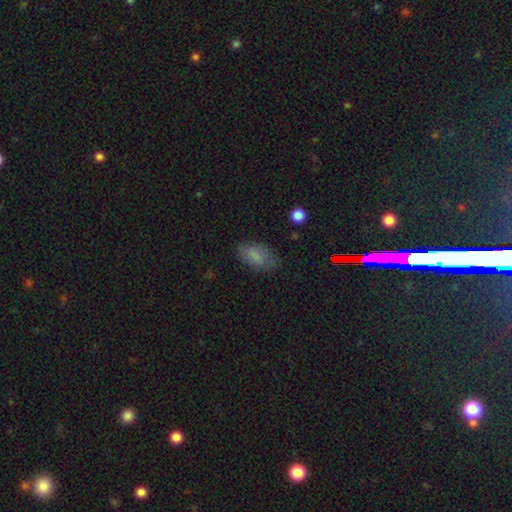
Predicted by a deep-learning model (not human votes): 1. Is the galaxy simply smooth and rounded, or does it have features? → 78% smooth, 13% featured or disk, 10% star or artifact.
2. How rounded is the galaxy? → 92% in between, 5% round, 4% cigar-shaped.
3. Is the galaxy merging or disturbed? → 73% none, 19% minor disturbance, 6% major disturbance, 1% merger.